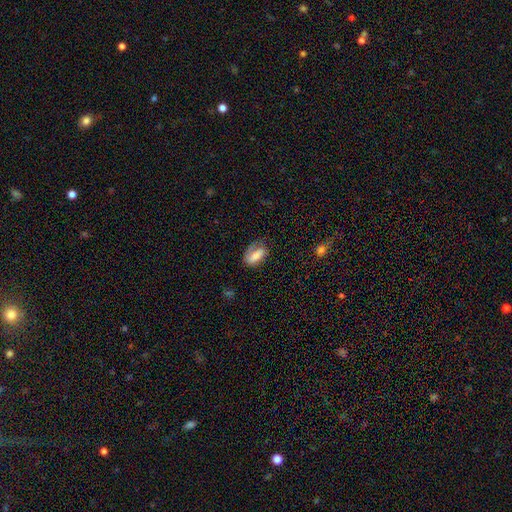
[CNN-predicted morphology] Q: Smooth or featured?
A: smooth (57%); runner-up: featured or disk (35%)
Q: How rounded?
A: in between (87%); runner-up: cigar-shaped (7%)
Q: Merging?
A: none (56%); runner-up: minor disturbance (25%)